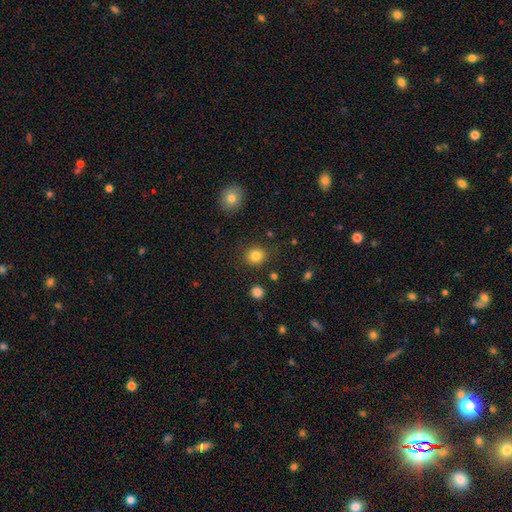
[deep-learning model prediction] Smooth or featured? smooth (83%)
How rounded? round (84%)
Merging? none (87%)